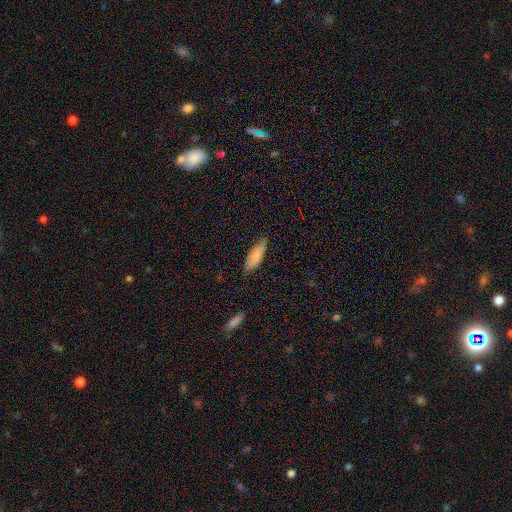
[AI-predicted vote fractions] Smooth or featured? Predicted: smooth (p=0.80). How rounded? Predicted: in between (p=0.60). Merging? Predicted: none (p=0.78).